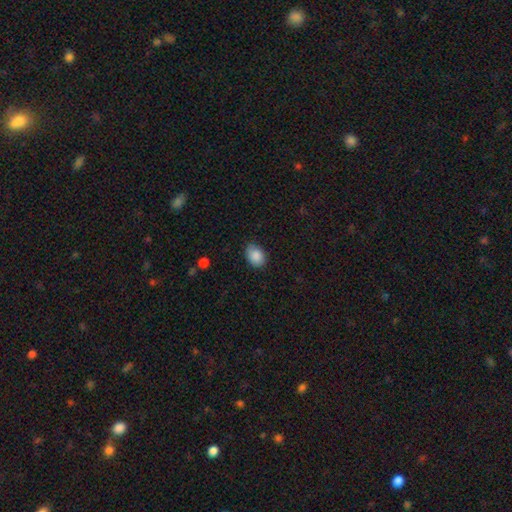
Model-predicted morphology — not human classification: smooth-or-featured: smooth: 88% | star or artifact: 8% | featured or disk: 5%
  how-rounded: in between: 71% | round: 28% | cigar-shaped: 1%
  merging: none: 76% | minor disturbance: 20% | major disturbance: 3% | merger: 1%